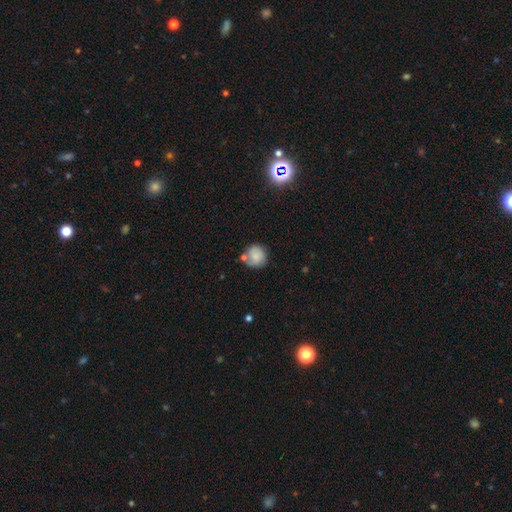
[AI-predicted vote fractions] Overall: smooth (73%). How rounded: round (85%). Merging: none (55%; minor disturbance 21%).